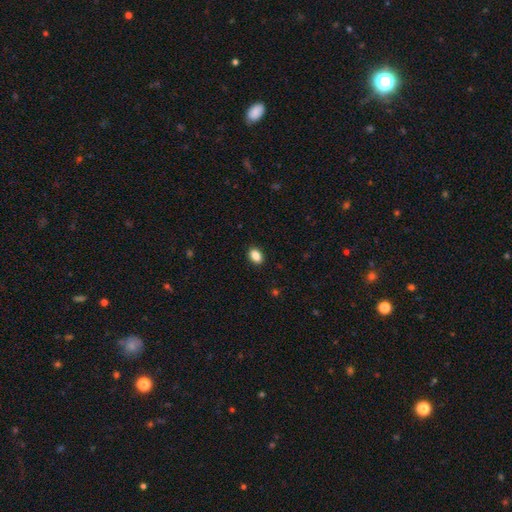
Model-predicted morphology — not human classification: smooth_or_featured: smooth (p=0.87) [alt: star or artifact p=0.09]
how_rounded: in between (p=0.78) [alt: round p=0.21]
merging: none (p=0.90) [alt: minor disturbance p=0.07]